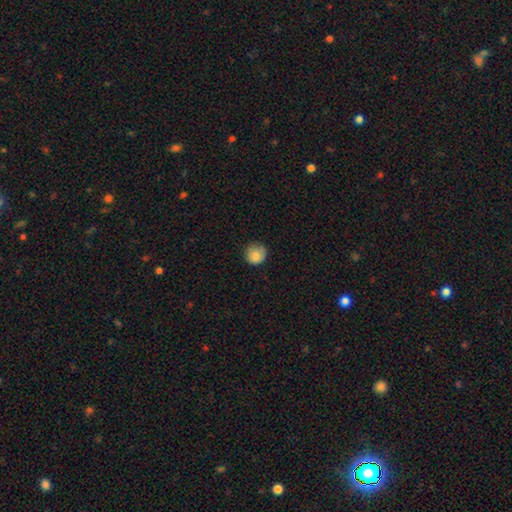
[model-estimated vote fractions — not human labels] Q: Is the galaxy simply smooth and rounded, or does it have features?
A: smooth — 85%.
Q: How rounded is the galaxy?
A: round — 92%.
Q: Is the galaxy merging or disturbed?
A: none — 79%.